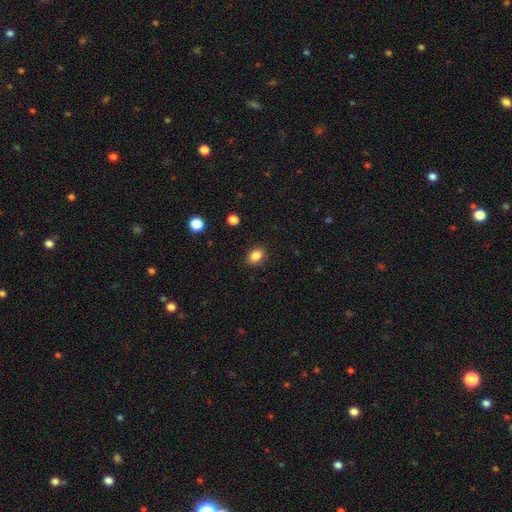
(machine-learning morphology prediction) smooth_or_featured: smooth (p=0.85) [alt: star or artifact p=0.10]
how_rounded: in between (p=0.73) [alt: round p=0.26]
merging: none (p=0.86) [alt: minor disturbance p=0.10]